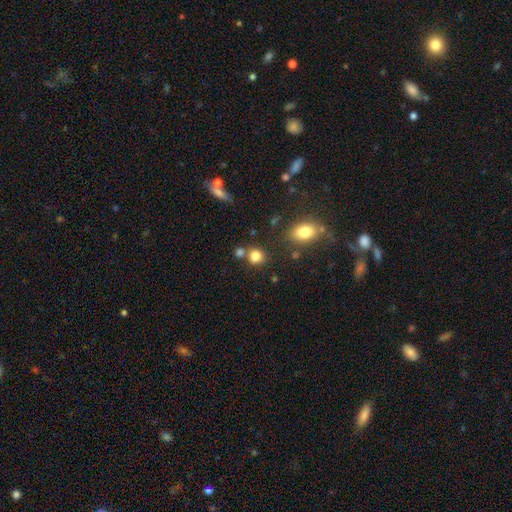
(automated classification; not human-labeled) This appears to be a smooth galaxy with no disk features (82%) that is round (78%). Merging: none (67%).